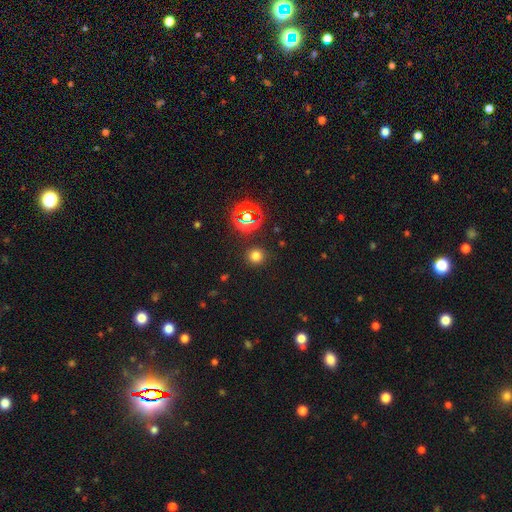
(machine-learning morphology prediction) A smooth galaxy with no disk features (72%) that is round (92%).

Vote fractions:
- Smooth or featured? smooth: 72% / star or artifact: 23% / featured or disk: 5%
- How rounded? round: 92% / in between: 7% / cigar-shaped: 1%
- Merging? none: 89% / minor disturbance: 7% / major disturbance: 3% / merger: 2%